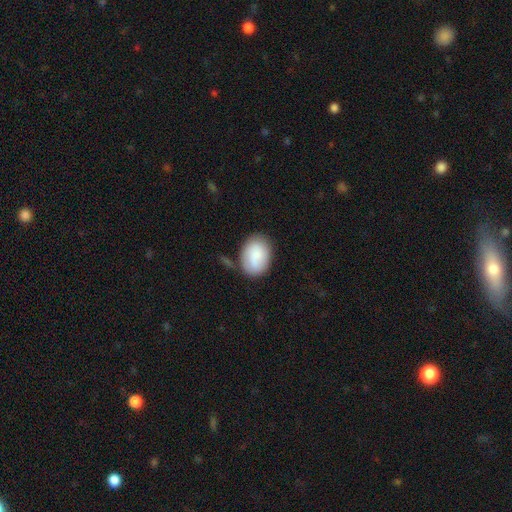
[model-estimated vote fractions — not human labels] Smooth or featured? smooth (83%)
How rounded? in between (77%)
Merging? none (67%)